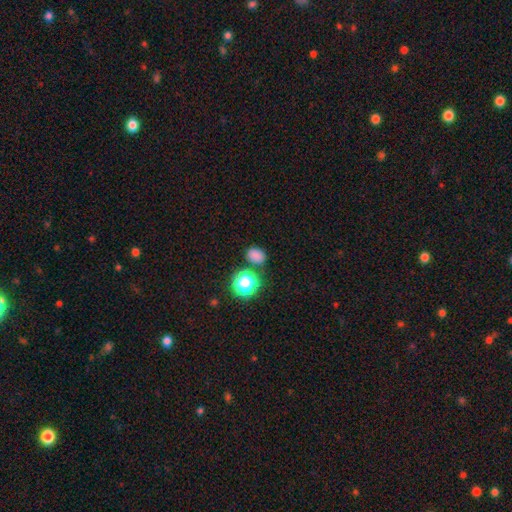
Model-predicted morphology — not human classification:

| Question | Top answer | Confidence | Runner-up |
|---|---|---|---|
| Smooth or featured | smooth | 78% | star or artifact (18%) |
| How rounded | in between | 54% | round (45%) |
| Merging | none | 77% | minor disturbance (11%) |